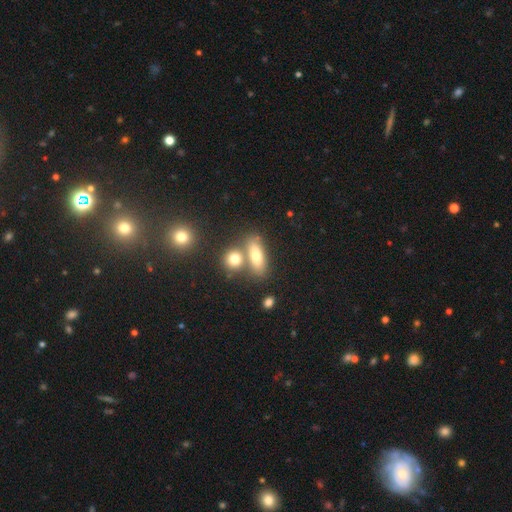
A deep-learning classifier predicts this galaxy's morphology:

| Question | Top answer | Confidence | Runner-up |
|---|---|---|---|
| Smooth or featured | smooth | 71% | featured or disk (19%) |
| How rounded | in between | 66% | cigar-shaped (24%) |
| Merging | none | 55% | merger (31%) |